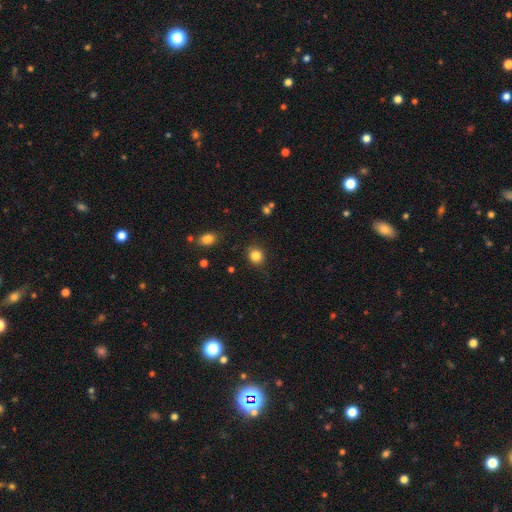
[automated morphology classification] Overall: smooth (84%). How rounded: round (82%). Merging: none (87%).